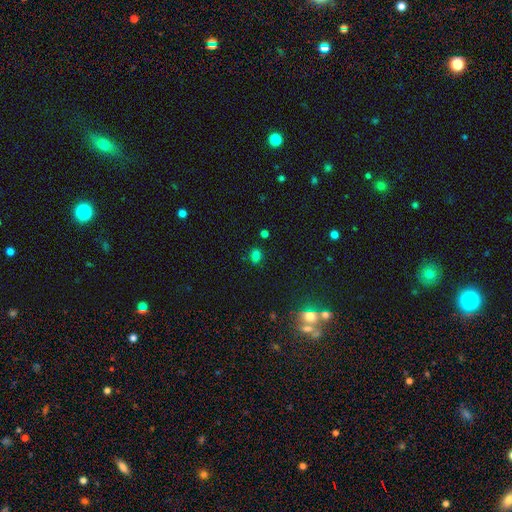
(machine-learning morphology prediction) Overall: smooth (71%). How rounded: in between (68%; round 30%). Merging: none (77%).